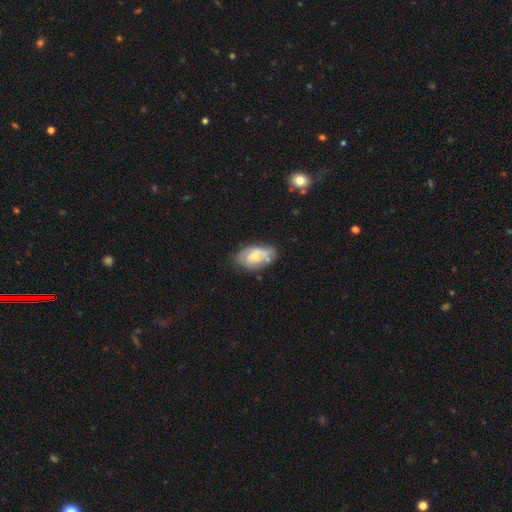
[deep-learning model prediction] The model was most divided on "bulge size": small: 50%, moderate: 42%, none: 4%, large: 3%, dominant: 1%. More confident: edge-on disk — no (95%); bar — no (72%); spiral arms — yes (61%); smooth or featured — featured or disk (58%); merging — none (55%).